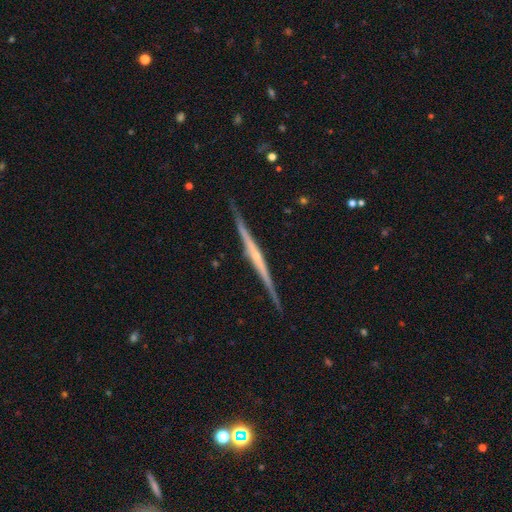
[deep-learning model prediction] The model was most divided on "edge-on bulge": rounded: 57%, none: 34%, boxy: 9%. More confident: edge-on disk — yes (98%); merging — none (89%); smooth or featured — featured or disk (83%).